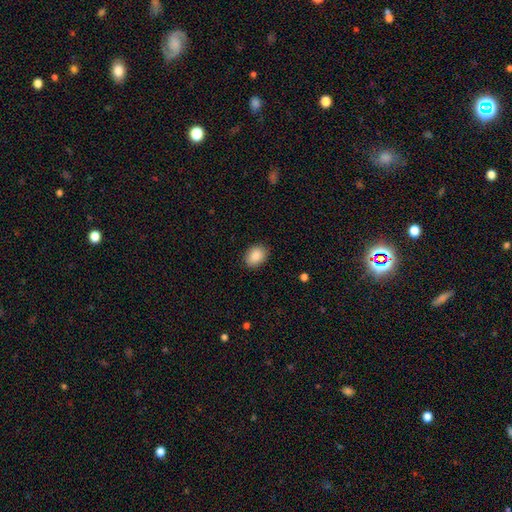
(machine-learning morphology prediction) This appears to be a smooth galaxy with no disk features (88%) that is in between round and cigar-shaped (72%). Merging: none (87%).